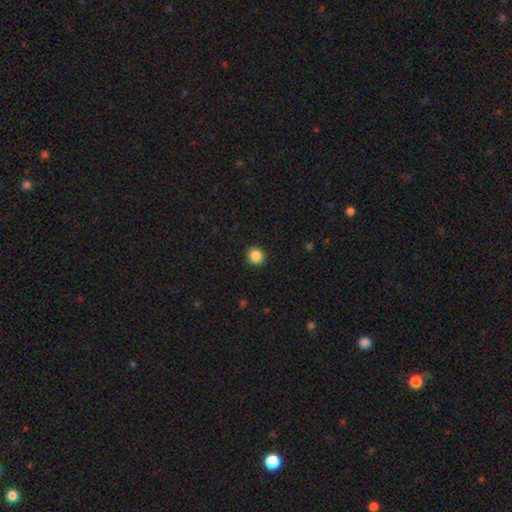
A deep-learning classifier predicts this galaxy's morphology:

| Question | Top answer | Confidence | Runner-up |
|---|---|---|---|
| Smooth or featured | smooth | 86% | star or artifact (10%) |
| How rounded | round | 88% | in between (11%) |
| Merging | none | 92% | minor disturbance (5%) |